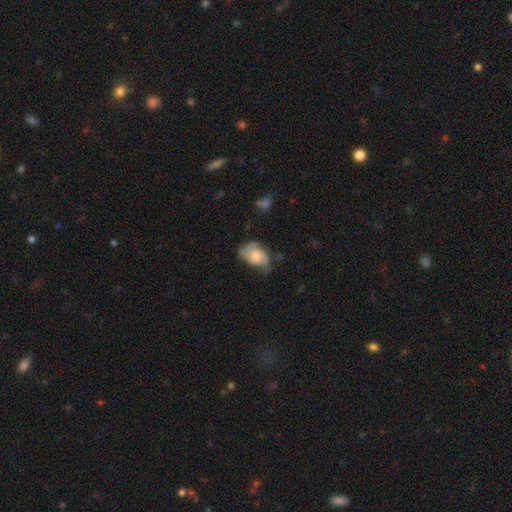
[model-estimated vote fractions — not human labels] This appears to be a featured or disk galaxy (58%) with no bar (71%), spiral arms (86%) and a moderate central bulge (37%). Merging: none (45%).